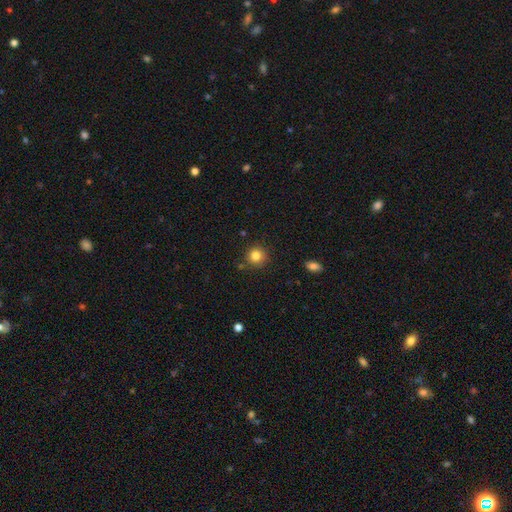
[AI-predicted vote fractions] A smooth galaxy with no disk features (83%) that is round (92%). Merging: none (85%).